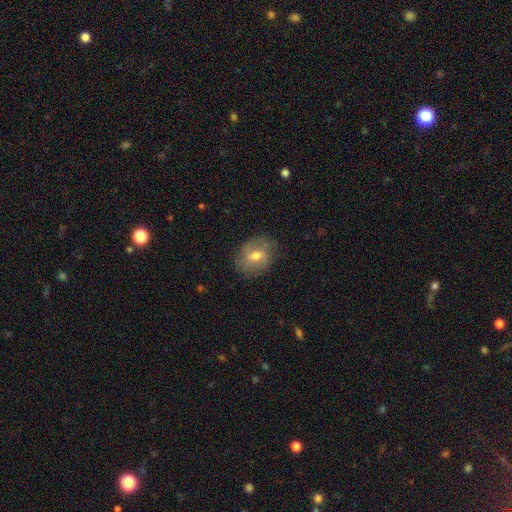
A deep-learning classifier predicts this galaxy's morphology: type=smooth (51%); roundness=round (52%); merging=none (76%).